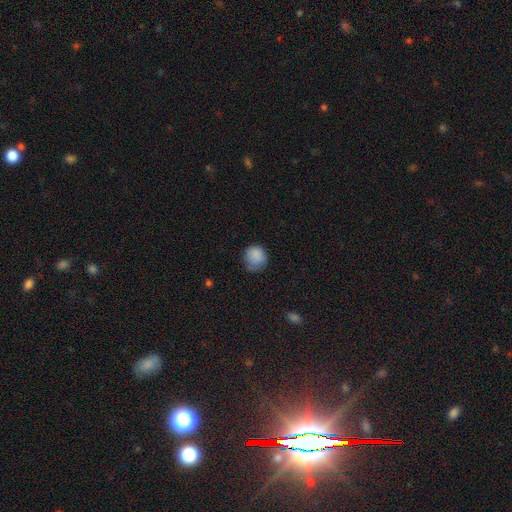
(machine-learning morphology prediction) A smooth galaxy with no disk features (85%) that is round (83%).

Vote fractions:
- Smooth or featured? smooth: 85% / star or artifact: 8% / featured or disk: 7%
- How rounded? round: 83% / in between: 17% / cigar-shaped: 1%
- Merging? none: 61% / minor disturbance: 29% / major disturbance: 9% / merger: 1%